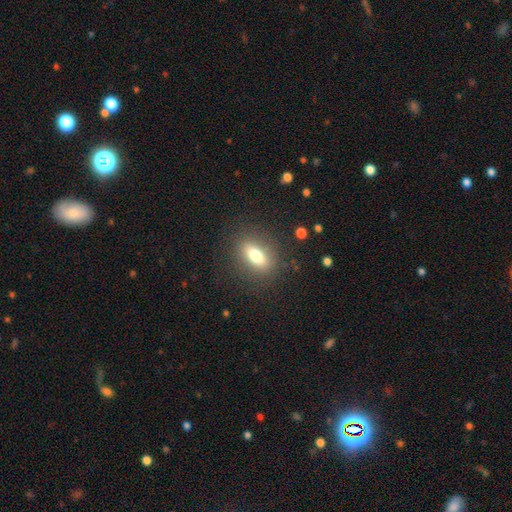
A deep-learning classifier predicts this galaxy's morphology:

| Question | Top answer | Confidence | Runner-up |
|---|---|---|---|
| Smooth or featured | smooth | 71% | featured or disk (20%) |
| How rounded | in between | 76% | cigar-shaped (13%) |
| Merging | none | 84% | minor disturbance (10%) |